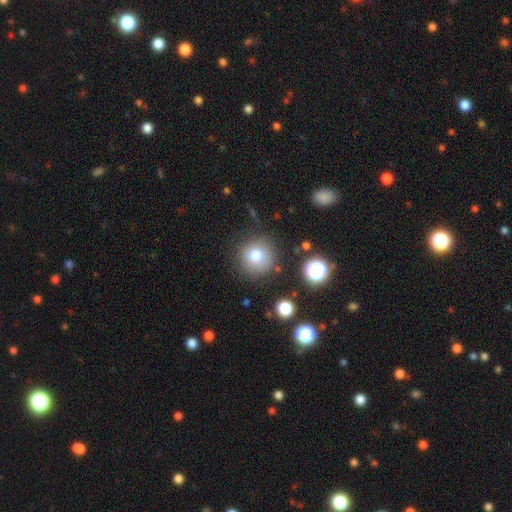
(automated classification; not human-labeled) Smooth or featured? smooth (77%)
How rounded? round (94%)
Merging? none (83%)